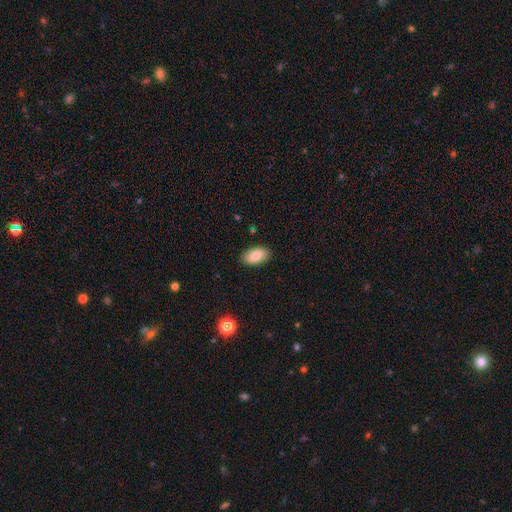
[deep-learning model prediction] A smooth galaxy with no disk features (82%) that is in between round and cigar-shaped (94%). Merging: none (88%).